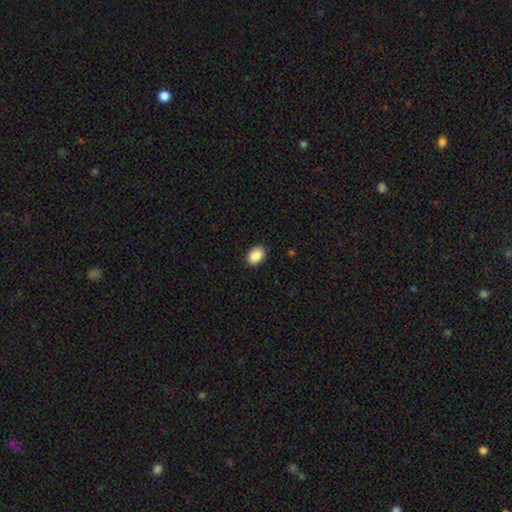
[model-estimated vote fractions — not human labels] smooth-or-featured: smooth: 89% | star or artifact: 8% | featured or disk: 4%
  how-rounded: in between: 83% | round: 16% | cigar-shaped: 1%
  merging: none: 90% | minor disturbance: 7% | major disturbance: 2% | merger: 1%